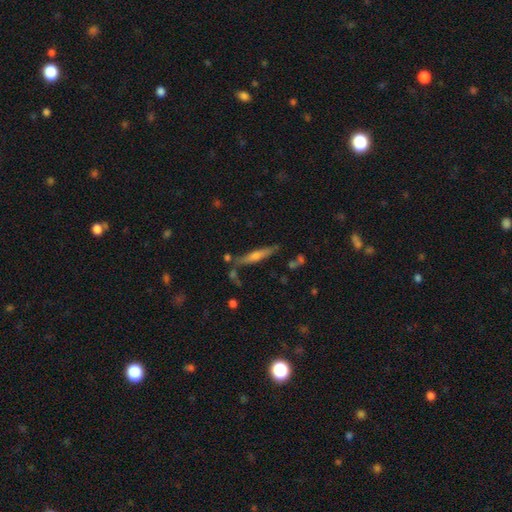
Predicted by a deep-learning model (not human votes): smooth-or-featured: featured or disk: 51% | smooth: 42% | star or artifact: 8%
  disk-edge-on: yes: 93% | no: 7%
  merging: none: 76% | minor disturbance: 13% | merger: 7% | major disturbance: 3%